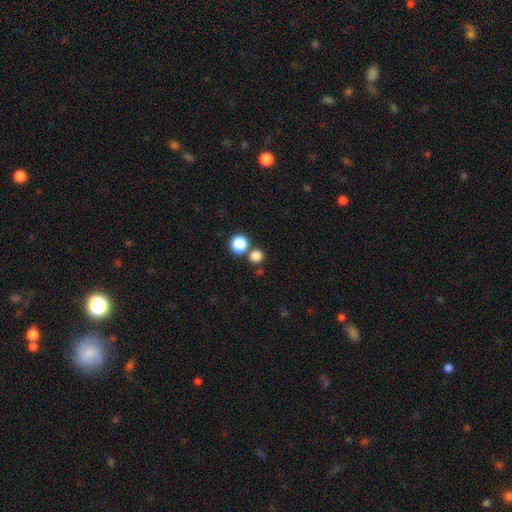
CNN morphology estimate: Smooth or featured?
  - smooth: 82% *
  - star or artifact: 14%
  - featured or disk: 4%
How rounded?
  - round: 86% *
  - in between: 13%
  - cigar-shaped: 1%
Merging?
  - none: 68% *
  - merger: 22%
  - minor disturbance: 7%
  - major disturbance: 3%